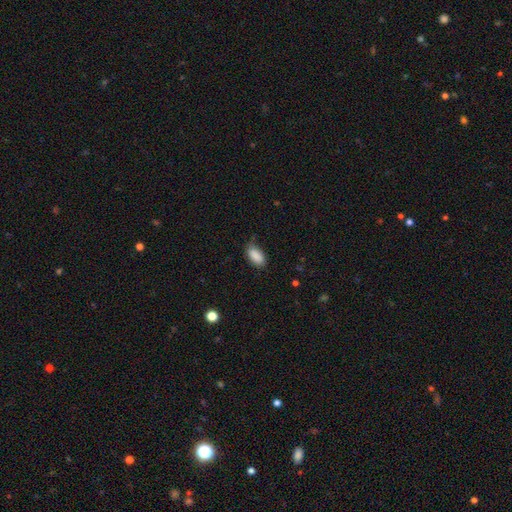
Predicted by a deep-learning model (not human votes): This appears to be a smooth galaxy with no disk features (89%) that is in between round and cigar-shaped (93%). Merging: none (70%).